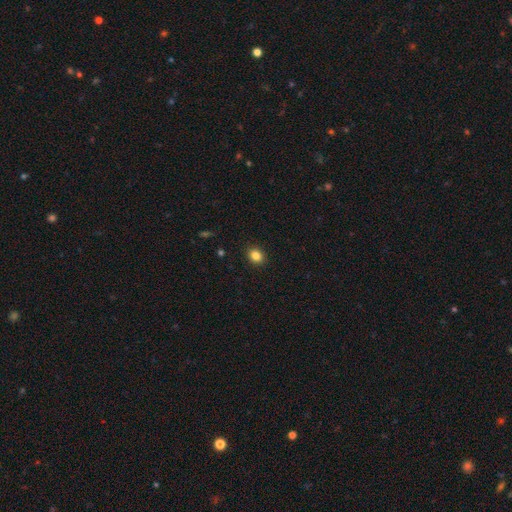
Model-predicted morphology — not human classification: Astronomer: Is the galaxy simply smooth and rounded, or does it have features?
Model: smooth — 84%.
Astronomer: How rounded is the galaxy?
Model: round — 60% (runner-up: in between, 40%).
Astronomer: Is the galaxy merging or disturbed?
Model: none — 91%.